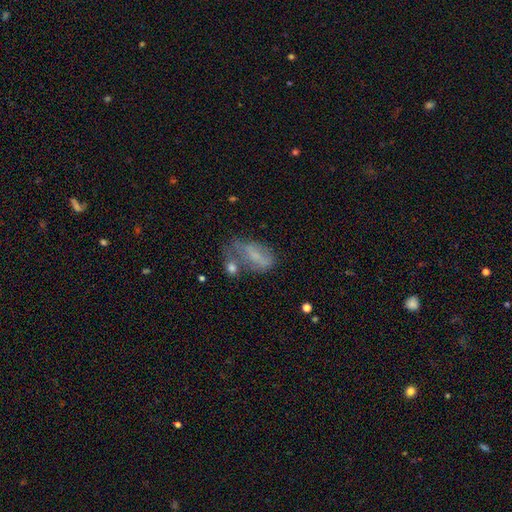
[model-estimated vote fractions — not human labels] Smooth or featured?
  - smooth: 51% *
  - featured or disk: 38%
  - star or artifact: 11%
How rounded?
  - in between: 84% *
  - cigar-shaped: 9%
  - round: 8%
Merging?
  - none: 32% *
  - minor disturbance: 26%
  - major disturbance: 25%
  - merger: 17%